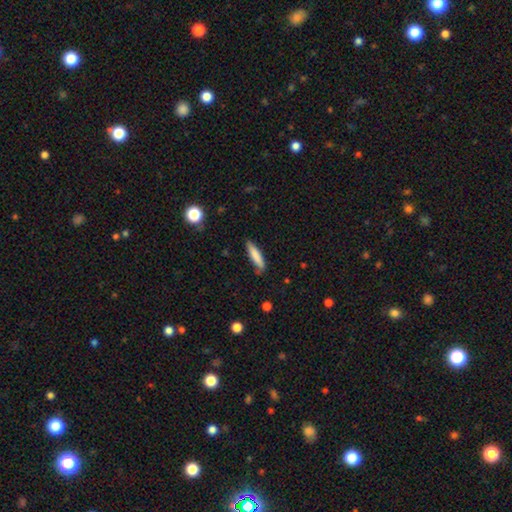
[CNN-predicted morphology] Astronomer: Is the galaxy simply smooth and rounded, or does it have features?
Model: smooth — 81%.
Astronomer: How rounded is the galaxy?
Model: cigar-shaped — 81%.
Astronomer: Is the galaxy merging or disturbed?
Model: none — 80%.